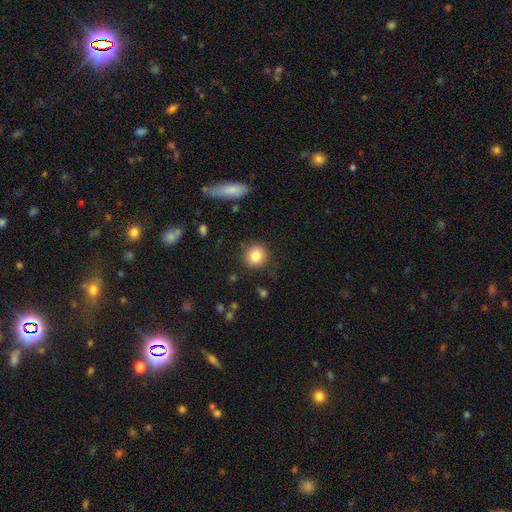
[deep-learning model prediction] smooth-or-featured: smooth: 84% | star or artifact: 10% | featured or disk: 7%
  how-rounded: round: 90% | in between: 9% | cigar-shaped: 1%
  merging: none: 87% | minor disturbance: 8% | major disturbance: 3% | merger: 1%